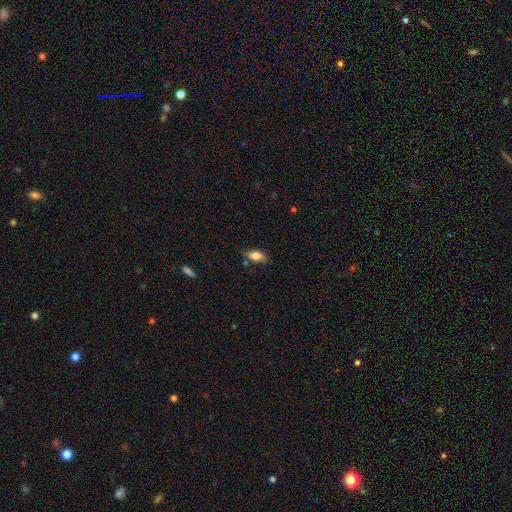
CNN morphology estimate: smooth 79%, featured or disk 13%, star or artifact 8%. Down the decision tree: how rounded — in between (85%); merging — none (72%).